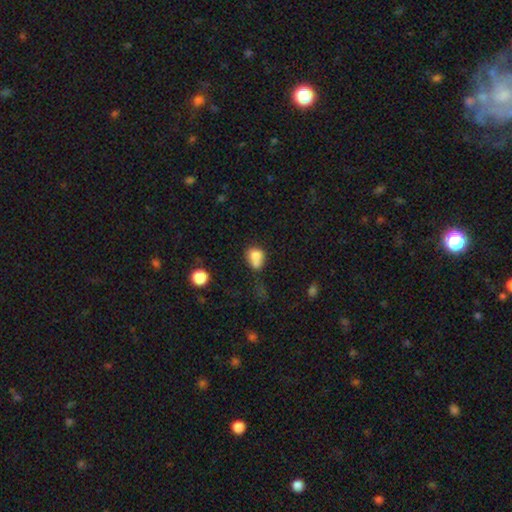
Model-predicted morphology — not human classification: Smooth or featured?
  - smooth: 75% *
  - featured or disk: 14%
  - star or artifact: 11%
How rounded?
  - round: 60% *
  - in between: 39%
  - cigar-shaped: 1%
Merging?
  - merger: 45% *
  - none: 30%
  - minor disturbance: 16%
  - major disturbance: 9%